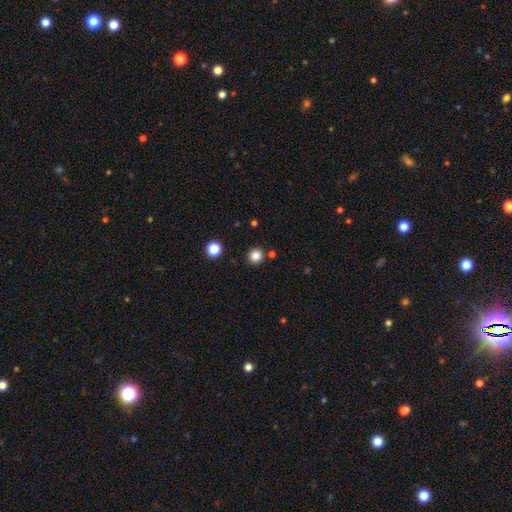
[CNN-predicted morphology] Smooth or featured: smooth — 84% (star or artifact — 12%)
How rounded: round — 93% (in between — 6%)
Merging: none — 88% (minor disturbance — 6%)